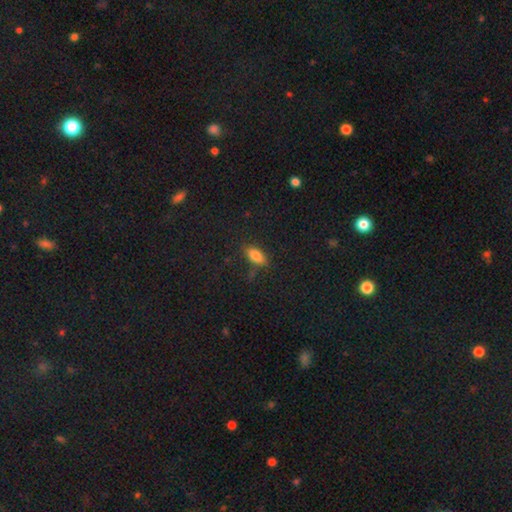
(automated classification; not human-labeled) The model was most divided on "merging": none: 78%, minor disturbance: 15%, major disturbance: 4%, merger: 3%. More confident: how rounded — in between (86%); smooth or featured — smooth (80%).